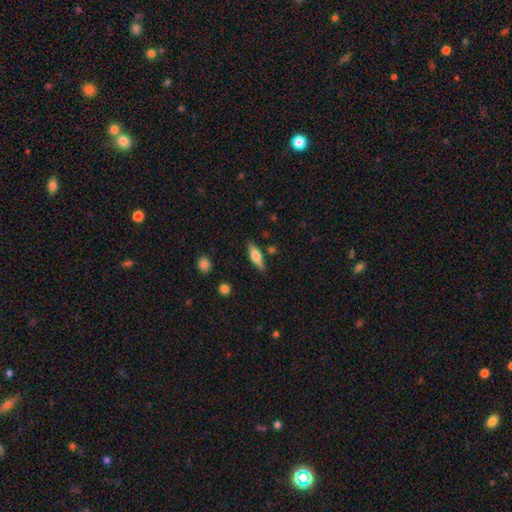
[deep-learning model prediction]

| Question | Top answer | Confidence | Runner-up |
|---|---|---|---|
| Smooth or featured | smooth | 55% | featured or disk (38%) |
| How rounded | in between | 49% | cigar-shaped (48%) |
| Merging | none | 82% | minor disturbance (12%) |